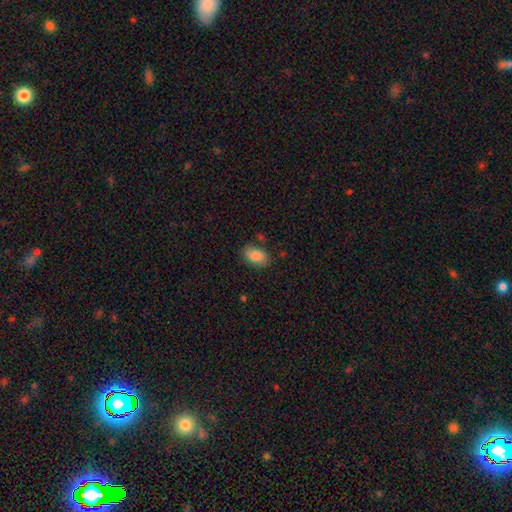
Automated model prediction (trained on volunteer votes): A smooth galaxy with no disk features (86%) that is in between round and cigar-shaped (91%).

Vote fractions:
- Smooth or featured? smooth: 86% / star or artifact: 7% / featured or disk: 7%
- How rounded? in between: 91% / round: 7% / cigar-shaped: 2%
- Merging? none: 80% / minor disturbance: 13% / major disturbance: 3% / merger: 3%